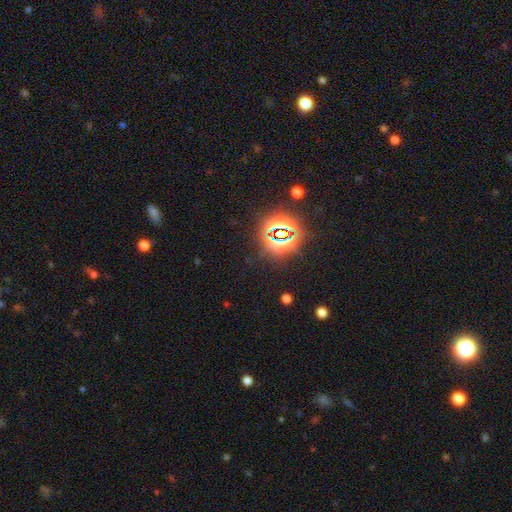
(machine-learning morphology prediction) Smooth or featured?
  - star or artifact: 80% *
  - smooth: 12%
  - featured or disk: 8%